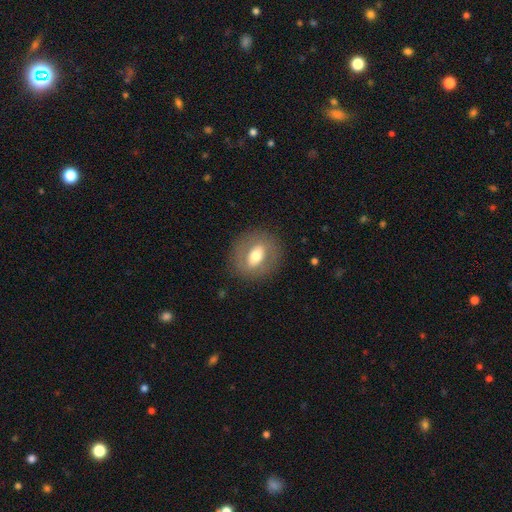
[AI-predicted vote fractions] A smooth galaxy with no disk features (52%) that is in between round and cigar-shaped (50%).

Vote fractions:
- Smooth or featured? smooth: 52% / featured or disk: 41% / star or artifact: 8%
- How rounded? in between: 50% / round: 47% / cigar-shaped: 2%
- Merging? none: 83% / minor disturbance: 10% / major disturbance: 6% / merger: 1%